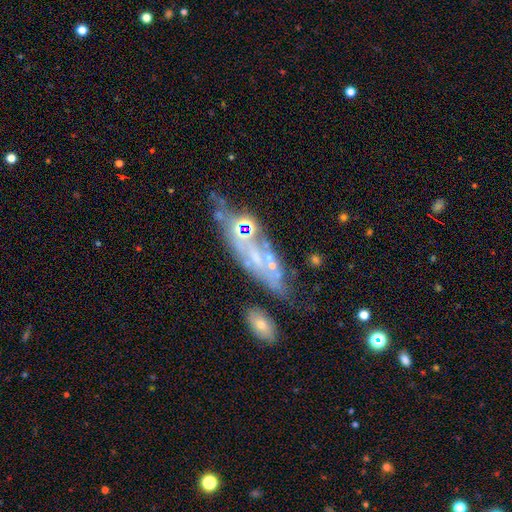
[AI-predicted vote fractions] Smooth or featured?
  - featured or disk: 69% *
  - smooth: 17%
  - star or artifact: 14%
Edge-on disk?
  - no: 77% *
  - yes: 23%
Bar?
  - no: 71% *
  - weak: 18%
  - strong: 11%
Spiral arms?
  - no: 59% *
  - yes: 41%
Bulge size?
  - small: 46% *
  - none: 36%
  - moderate: 15%
  - large: 2%
  - dominant: 2%
Merging?
  - none: 42% *
  - minor disturbance: 21%
  - merger: 19%
  - major disturbance: 18%